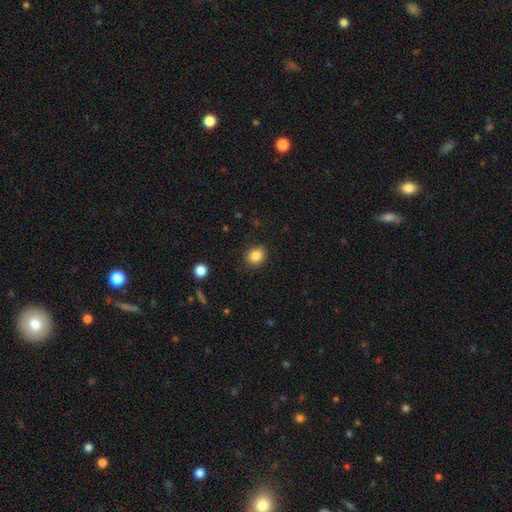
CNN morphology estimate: A smooth galaxy with no disk features (84%) that is round (67%). Merging: none (88%).